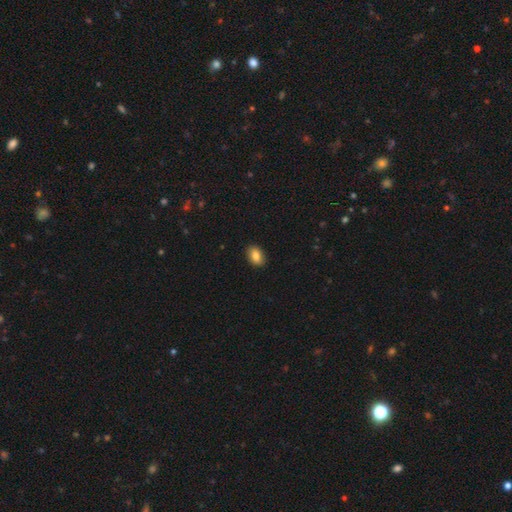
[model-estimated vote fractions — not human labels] This appears to be a smooth galaxy with no disk features (84%) that is in between round and cigar-shaped (83%). Merging: none (89%).